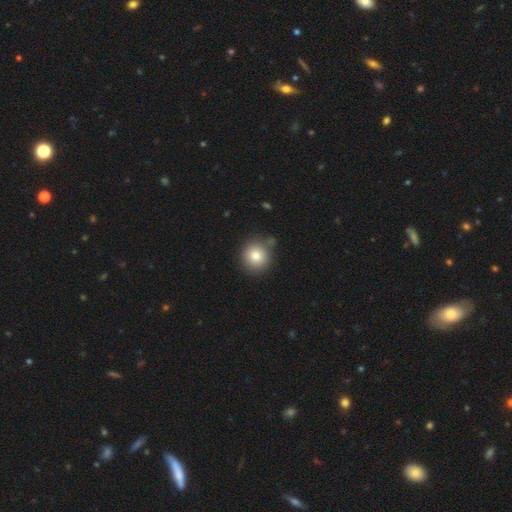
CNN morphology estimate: type=smooth (79%); roundness=round (92%); merging=none (80%).